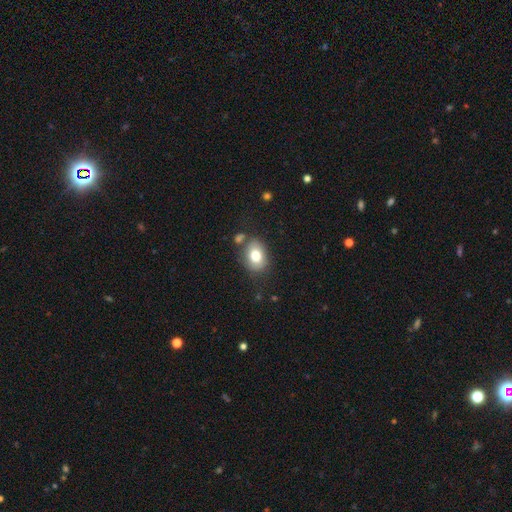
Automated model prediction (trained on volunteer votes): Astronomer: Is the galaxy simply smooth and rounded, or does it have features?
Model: smooth — 77%.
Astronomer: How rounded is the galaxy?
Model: in between — 67%.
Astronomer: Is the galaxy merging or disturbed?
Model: none — 71%.